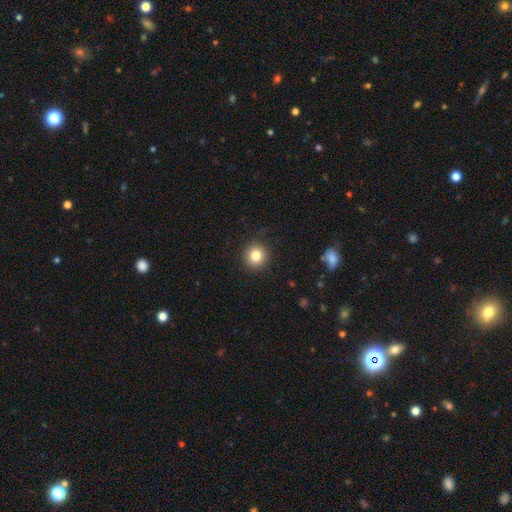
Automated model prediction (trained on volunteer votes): Smooth or featured? smooth (82%)
How rounded? round (93%)
Merging? none (91%)